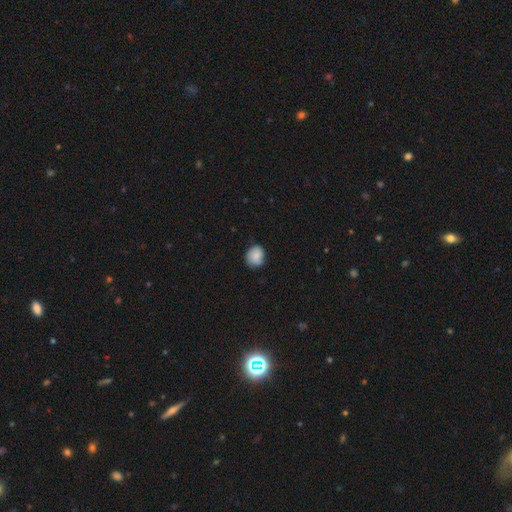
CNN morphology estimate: Overall: smooth (81%). How rounded: round (66%; in between 33%). Merging: none (70%).